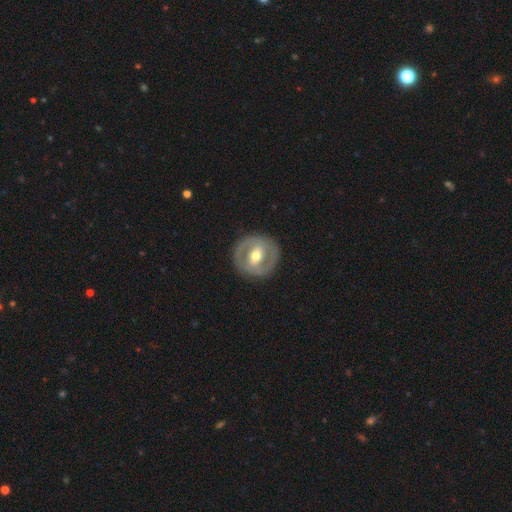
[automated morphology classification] Smooth or featured?
  - featured or disk: 72% *
  - smooth: 23%
  - star or artifact: 5%
Edge-on disk?
  - no: 96% *
  - yes: 4%
Bar?
  - strong: 41% *
  - weak: 38%
  - no: 21%
Spiral arms?
  - yes: 56% *
  - no: 44%
Bulge size?
  - moderate: 74% *
  - small: 17%
  - large: 7%
  - dominant: 1%
  - none: 1%
Merging?
  - none: 86% *
  - minor disturbance: 9%
  - major disturbance: 4%
  - merger: 1%